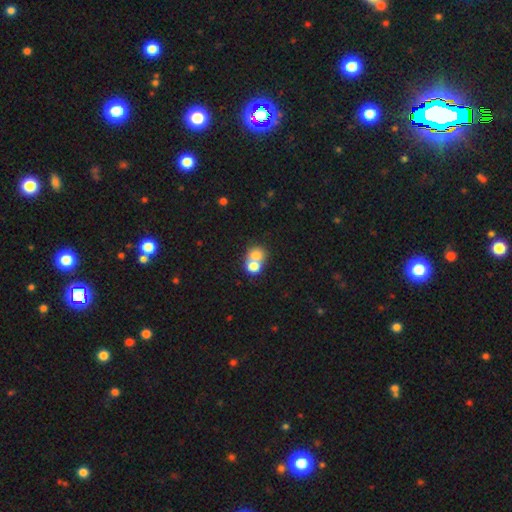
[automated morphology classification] Overall: smooth (74%). How rounded: round (67%; in between 32%). Merging: merger (68%).